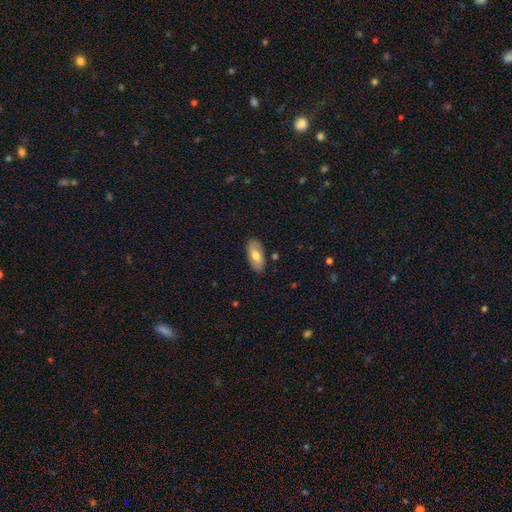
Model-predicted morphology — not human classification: The model was most divided on "smooth or featured": smooth: 65%, featured or disk: 29%, star or artifact: 6%. More confident: how rounded — in between (92%); merging — none (85%).